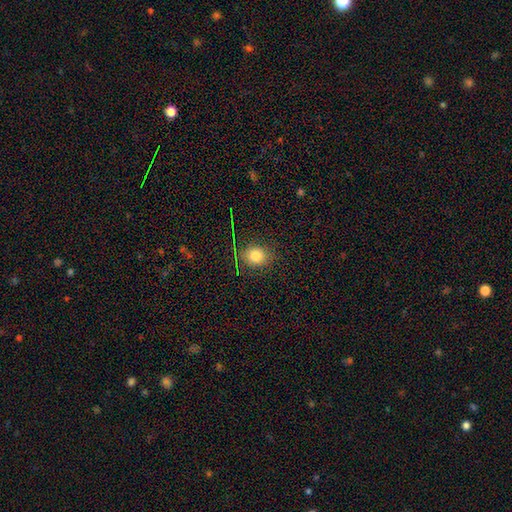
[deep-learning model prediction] smooth 78%, star or artifact 15%, featured or disk 7%. Down the decision tree: how rounded — round (67%); merging — none (84%).